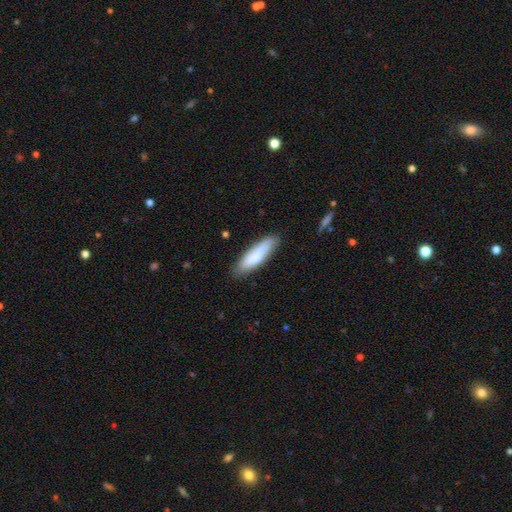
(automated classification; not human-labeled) Overall: smooth (83%). How rounded: cigar-shaped (65%; in between 34%). Merging: none (82%).